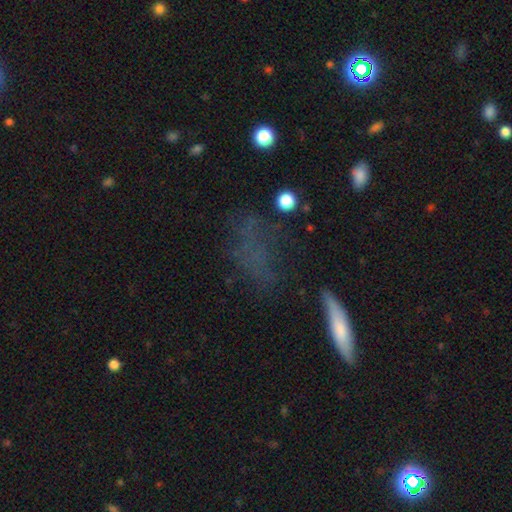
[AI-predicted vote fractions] Smooth or featured? smooth (47%)
Merging? none (49%)